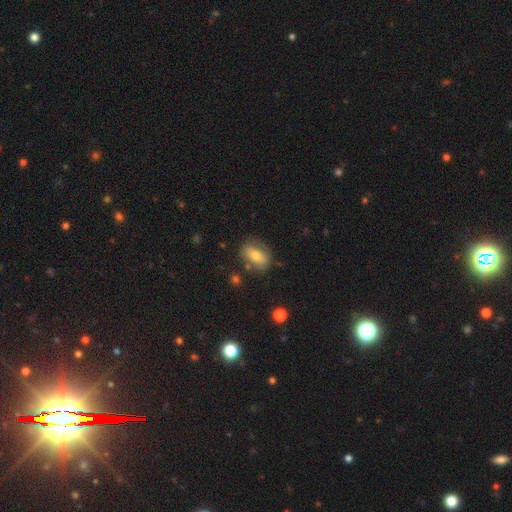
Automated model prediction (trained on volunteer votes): This appears to be a smooth galaxy with no disk features (62%) that is in between round and cigar-shaped (78%). Merging: none (69%).